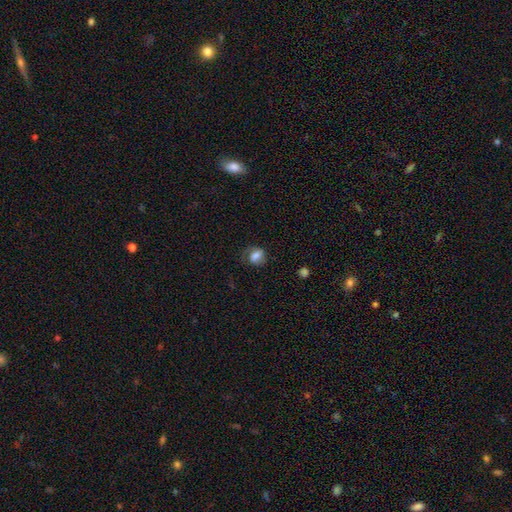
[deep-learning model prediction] Smooth or featured: smooth — 69% (featured or disk — 22%)
How rounded: in between — 59% (round — 39%)
Merging: none — 58% (minor disturbance — 24%)